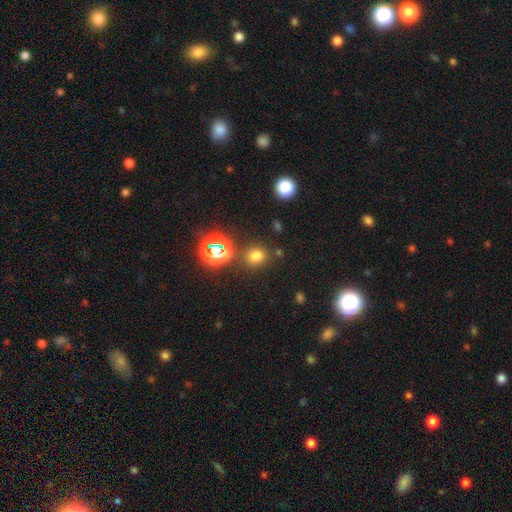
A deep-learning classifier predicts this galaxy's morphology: smooth 71%, star or artifact 24%, featured or disk 6%. Down the decision tree: how rounded — round (68%); merging — none (78%).